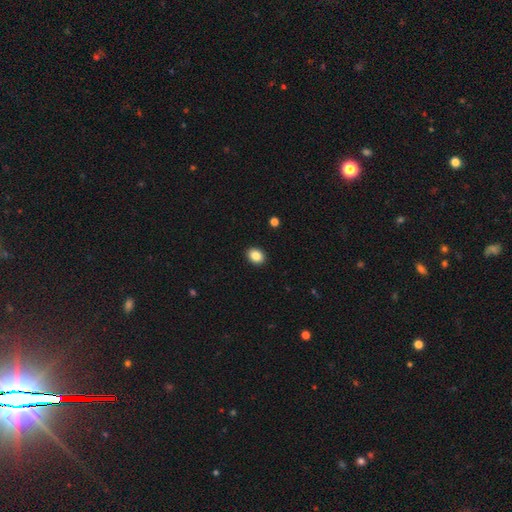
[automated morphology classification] Smooth or featured? smooth (86%)
How rounded? in between (57%)
Merging? none (92%)